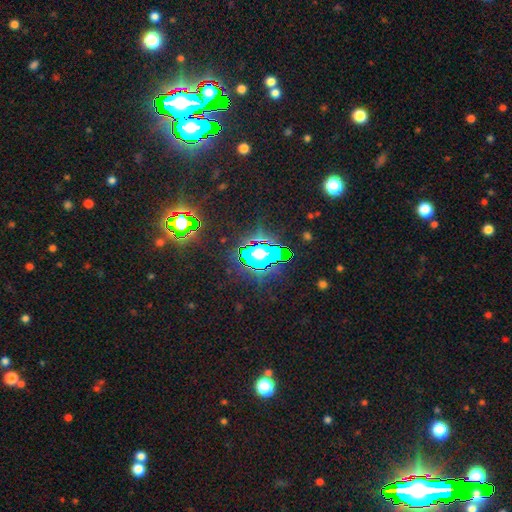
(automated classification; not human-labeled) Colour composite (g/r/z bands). It shows a star or artifact, not a galaxy (78%).